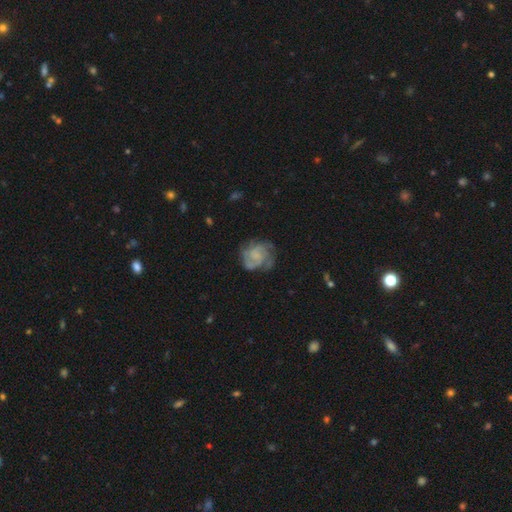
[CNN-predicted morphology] Smooth or featured?
  - featured or disk: 76% *
  - smooth: 17%
  - star or artifact: 7%
Edge-on disk?
  - no: 98% *
  - yes: 2%
Bar?
  - no: 66% *
  - weak: 29%
  - strong: 5%
Spiral arms?
  - yes: 92% *
  - no: 8%
Spiral winding?
  - tight: 49% *
  - medium: 39%
  - loose: 12%
Spiral arm count?
  - 3: 31% *
  - 2: 29%
  - can't tell: 23%
  - 4: 7%
  - 1: 5%
  - more than 4: 5%
Bulge size?
  - none: 45% *
  - small: 34%
  - moderate: 15%
  - large: 4%
  - dominant: 1%
Merging?
  - none: 65% *
  - minor disturbance: 21%
  - major disturbance: 13%
  - merger: 2%